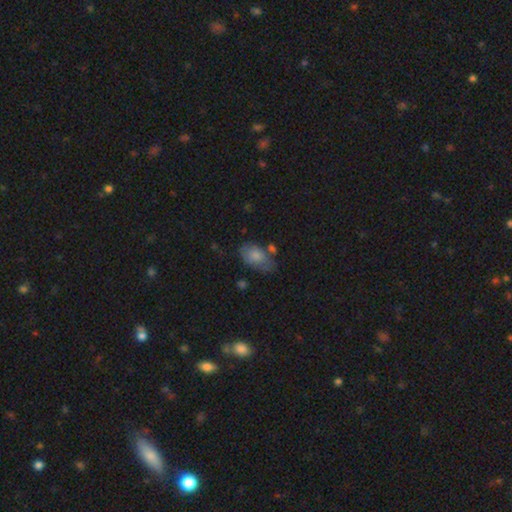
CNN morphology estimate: type=smooth (78%); roundness=in between (91%); merging=none (50%).